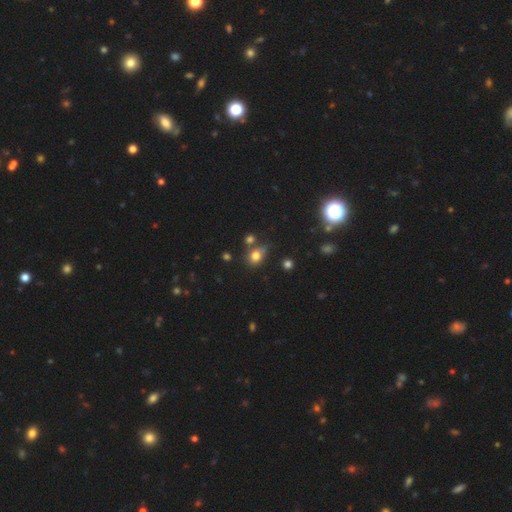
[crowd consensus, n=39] This is likely a smooth galaxy (74%). How rounded: likely round (66%). Merging: possibly none (46%).